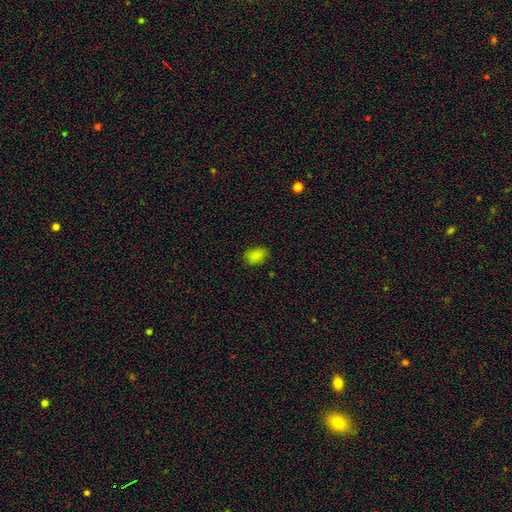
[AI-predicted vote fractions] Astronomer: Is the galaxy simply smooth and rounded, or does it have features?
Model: smooth — 85%.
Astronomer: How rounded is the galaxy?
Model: in between — 80%.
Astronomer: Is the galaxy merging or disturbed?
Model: none — 80%.